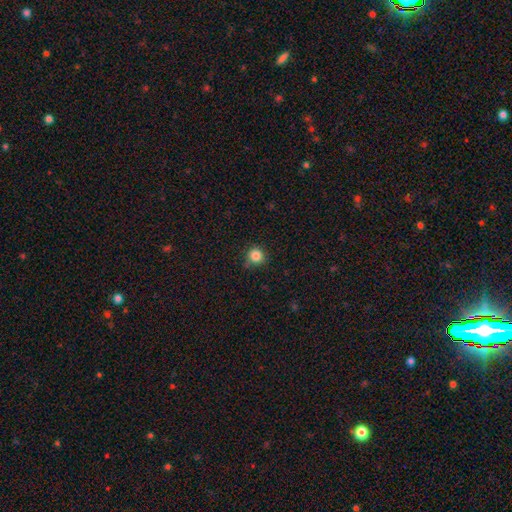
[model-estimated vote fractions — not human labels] A smooth galaxy with no disk features (85%) that is round (93%).

Vote fractions:
- Smooth or featured? smooth: 85% / star or artifact: 11% / featured or disk: 4%
- How rounded? round: 93% / in between: 6% / cigar-shaped: 1%
- Merging? none: 83% / minor disturbance: 12% / major disturbance: 3% / merger: 2%